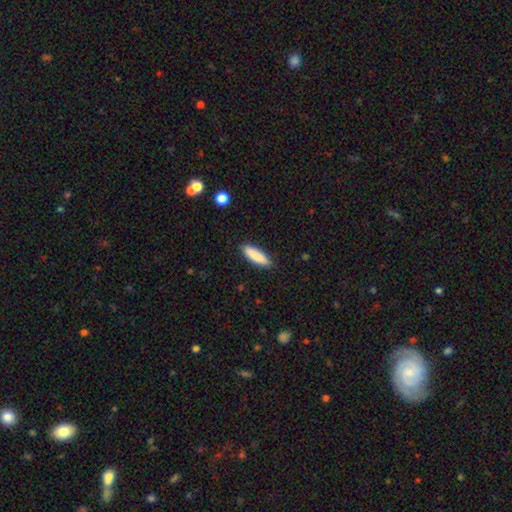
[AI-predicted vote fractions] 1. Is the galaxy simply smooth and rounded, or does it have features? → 86% smooth, 8% featured or disk, 6% star or artifact.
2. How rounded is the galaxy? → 63% cigar-shaped, 36% in between, 1% round.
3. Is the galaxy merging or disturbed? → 88% none, 9% minor disturbance, 2% major disturbance, 1% merger.